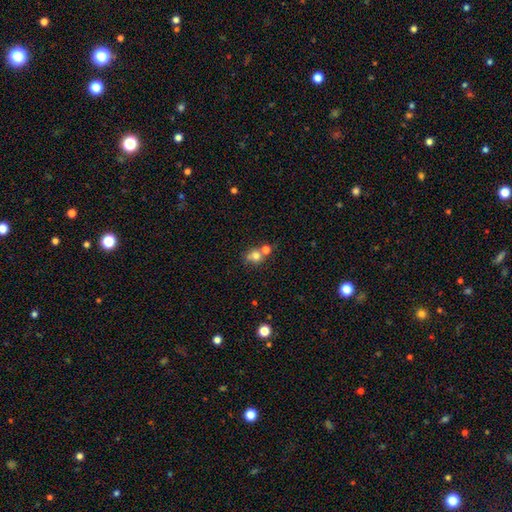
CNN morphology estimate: Q: Smooth or featured?
A: smooth (73%); runner-up: star or artifact (14%)
Q: How rounded?
A: round (75%); runner-up: in between (24%)
Q: Merging?
A: merger (47%); runner-up: none (38%)